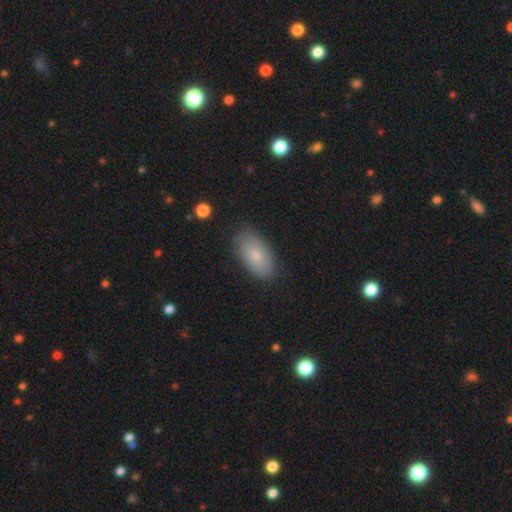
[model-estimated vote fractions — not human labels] This is likely a smooth galaxy (73%). How rounded: clearly in between (94%). Merging: clearly none (80%).